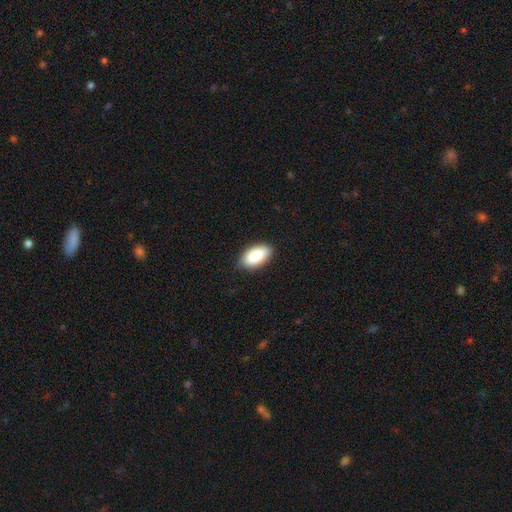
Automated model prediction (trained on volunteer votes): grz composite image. It shows a smooth galaxy with no disk features (88%) that is in between round and cigar-shaped (93%). Merging: none (84%).